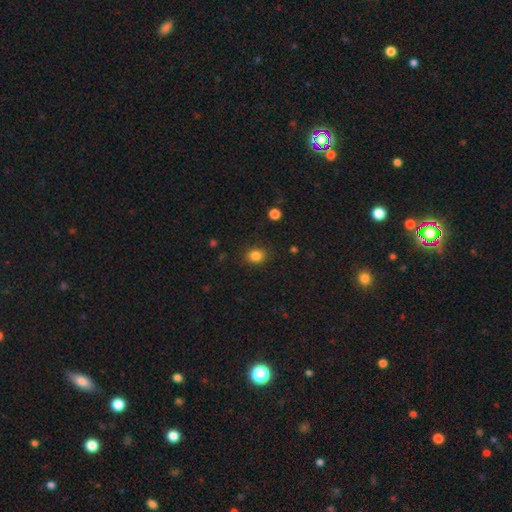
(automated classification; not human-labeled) Smooth or featured?
  - smooth: 84% *
  - star or artifact: 12%
  - featured or disk: 4%
How rounded?
  - round: 58% *
  - in between: 41%
  - cigar-shaped: 1%
Merging?
  - none: 86% *
  - minor disturbance: 10%
  - major disturbance: 3%
  - merger: 1%